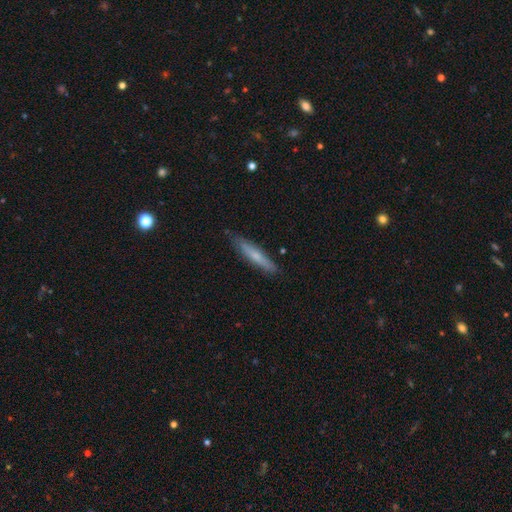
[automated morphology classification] Q: Smooth or featured?
A: smooth (58%); runner-up: featured or disk (36%)
Q: How rounded?
A: cigar-shaped (91%); runner-up: in between (7%)
Q: Merging?
A: none (83%); runner-up: minor disturbance (14%)